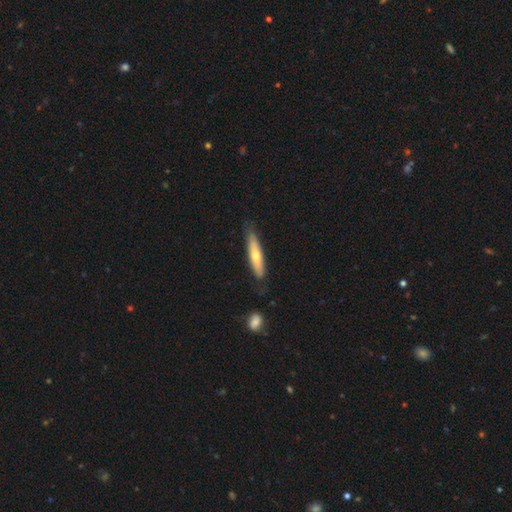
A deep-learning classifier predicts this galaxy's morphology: smooth_or_featured: smooth (p=0.59) [alt: featured or disk p=0.36]
how_rounded: cigar-shaped (p=0.81) [alt: in between p=0.18]
merging: none (p=0.77) [alt: minor disturbance p=0.18]